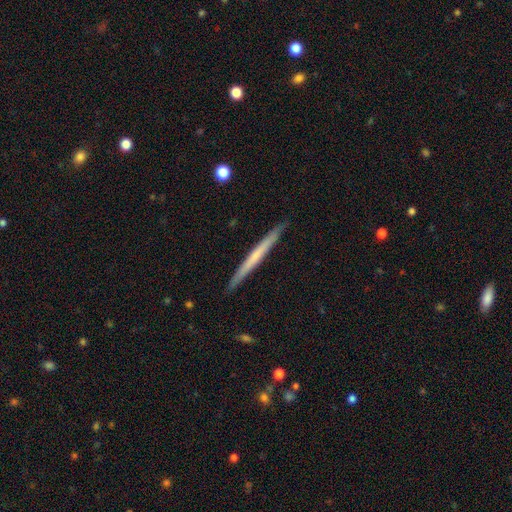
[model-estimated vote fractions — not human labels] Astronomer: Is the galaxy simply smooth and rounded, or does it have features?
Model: featured or disk — 51% (runner-up: smooth, 43%).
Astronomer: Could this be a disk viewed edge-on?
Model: yes — 97%.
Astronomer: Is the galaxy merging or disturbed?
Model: none — 92%.